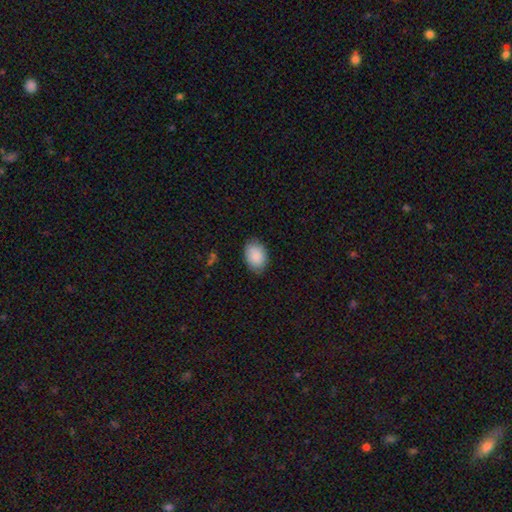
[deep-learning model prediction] Q: Smooth or featured?
A: smooth (89%); runner-up: star or artifact (6%)
Q: How rounded?
A: in between (83%); runner-up: round (16%)
Q: Merging?
A: none (82%); runner-up: minor disturbance (14%)